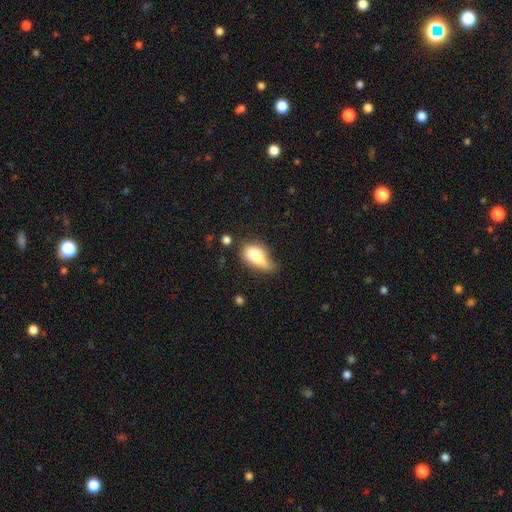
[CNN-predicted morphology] This appears to be a smooth galaxy with no disk features (73%) that is in between round and cigar-shaped (83%). Merging: minor disturbance (32%).